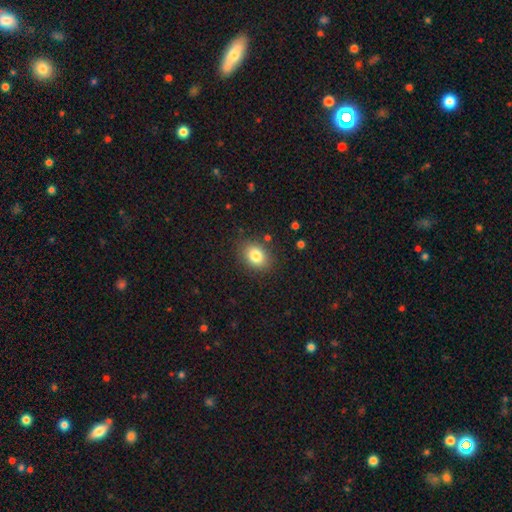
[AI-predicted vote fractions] Q: Smooth or featured?
A: smooth (82%); runner-up: star or artifact (10%)
Q: How rounded?
A: in between (59%); runner-up: round (40%)
Q: Merging?
A: none (85%); runner-up: minor disturbance (10%)